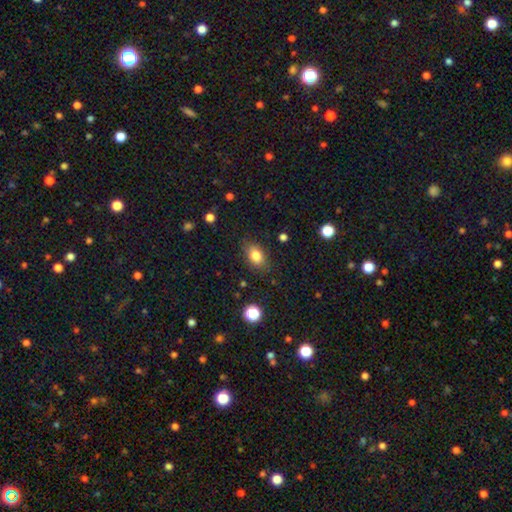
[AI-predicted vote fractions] Overall: smooth (81%). How rounded: in between (83%). Merging: none (82%).